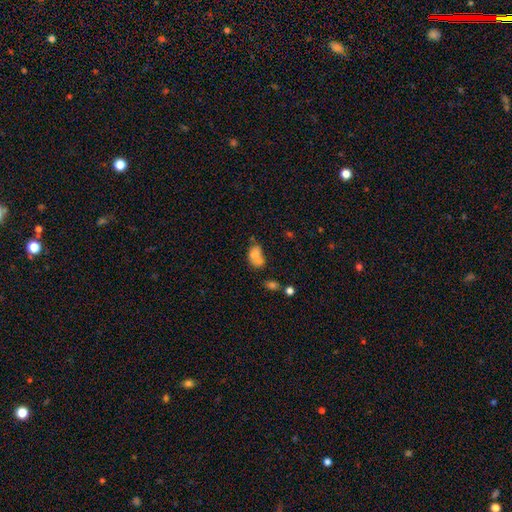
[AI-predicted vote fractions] smooth_or_featured: smooth (p=0.73) [alt: featured or disk p=0.16]
how_rounded: in between (p=0.80) [alt: round p=0.19]
merging: merger (p=0.43) [alt: none p=0.28]